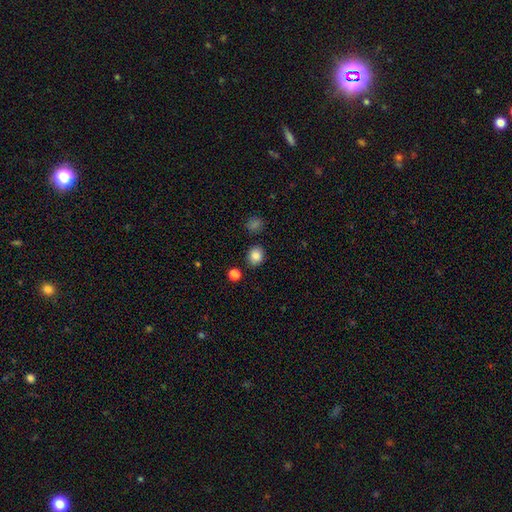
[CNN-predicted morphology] Overall: smooth (85%). How rounded: round (66%; in between 33%). Merging: none (85%).